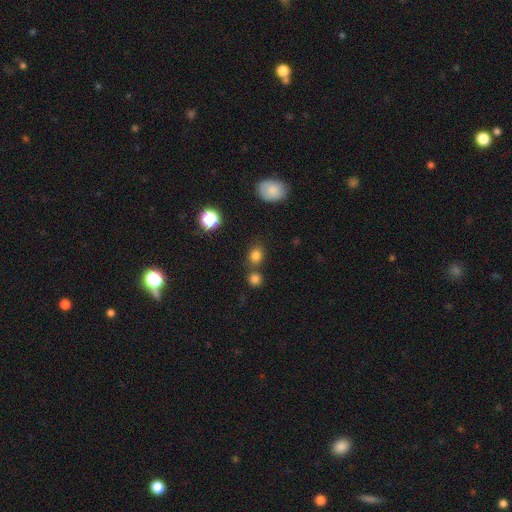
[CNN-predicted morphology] Q: Smooth or featured?
A: smooth (78%); runner-up: star or artifact (16%)
Q: How rounded?
A: round (65%); runner-up: in between (34%)
Q: Merging?
A: none (66%); runner-up: merger (19%)